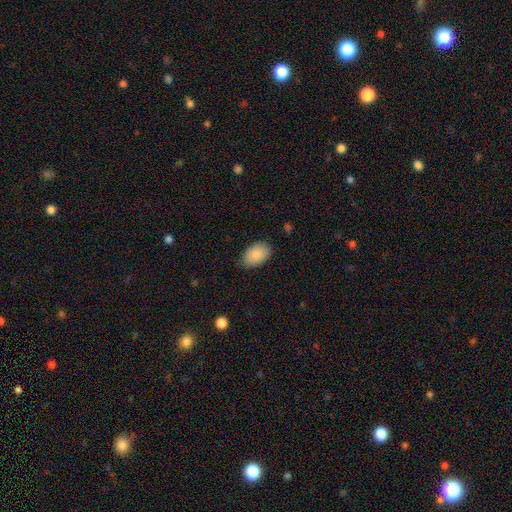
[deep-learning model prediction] smooth-or-featured: smooth: 89% | star or artifact: 6% | featured or disk: 4%
  how-rounded: in between: 92% | round: 7% | cigar-shaped: 1%
  merging: none: 85% | minor disturbance: 12% | major disturbance: 2% | merger: 1%